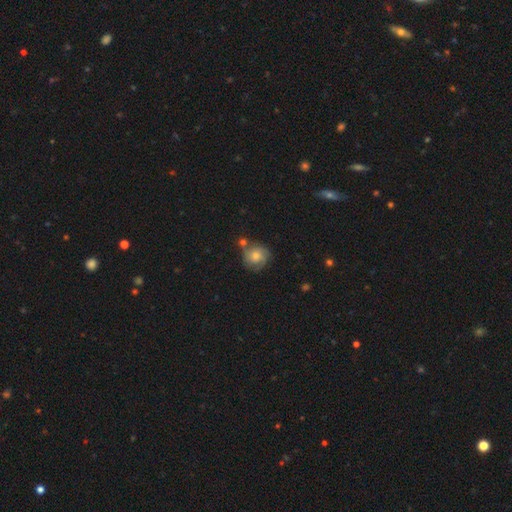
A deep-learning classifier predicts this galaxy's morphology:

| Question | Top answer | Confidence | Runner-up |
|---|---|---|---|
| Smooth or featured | smooth | 57% | featured or disk (34%) |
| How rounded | round | 85% | in between (14%) |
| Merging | none | 59% | minor disturbance (21%) |